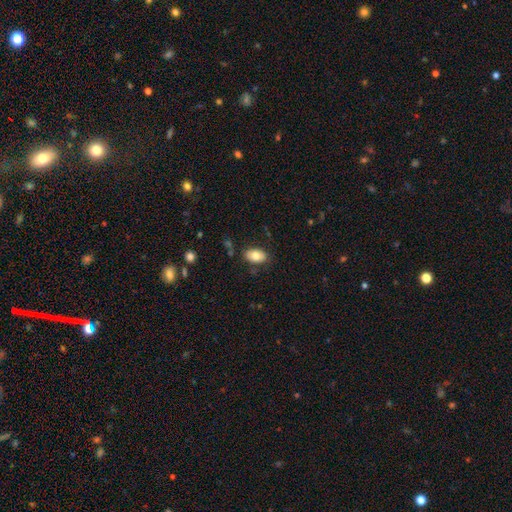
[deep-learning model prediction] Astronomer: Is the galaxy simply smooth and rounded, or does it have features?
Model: smooth — 78%.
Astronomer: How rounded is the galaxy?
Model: in between — 91%.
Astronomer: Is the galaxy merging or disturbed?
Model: none — 81%.